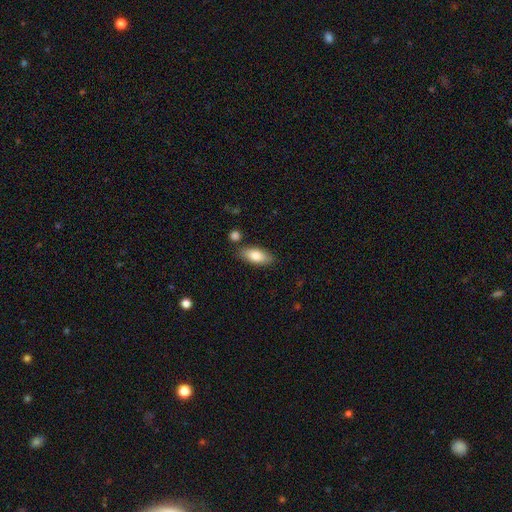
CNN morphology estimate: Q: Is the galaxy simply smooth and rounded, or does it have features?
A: smooth — 79%.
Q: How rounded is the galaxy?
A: in between — 83%.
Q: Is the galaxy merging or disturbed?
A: none — 82%.